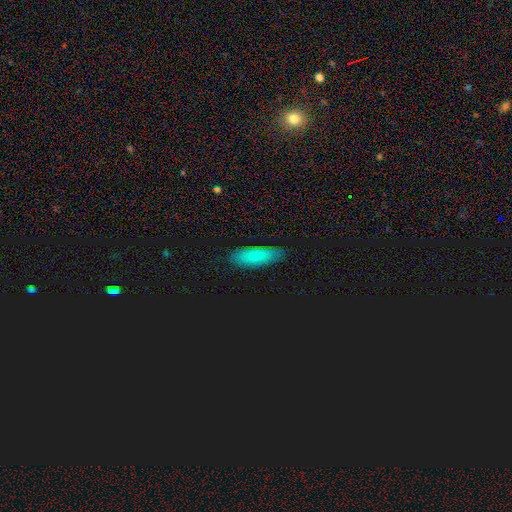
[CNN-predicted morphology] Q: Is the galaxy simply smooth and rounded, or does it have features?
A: smooth — 74%.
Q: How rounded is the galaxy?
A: in between — 57%.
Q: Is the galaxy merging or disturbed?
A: none — 84%.